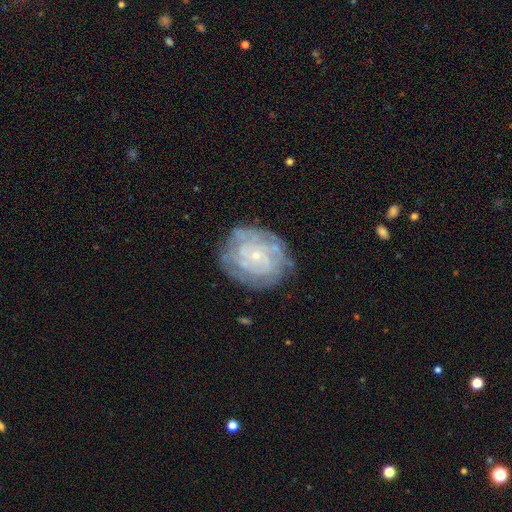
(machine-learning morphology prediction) Overall: featured or disk (76%). Edge-on disk: no (97%). Bar: no (77%). Spiral arms: yes (84%). Spiral arm count: can't tell (53%). Spiral winding: tight (76%). Bulge size: small (83%). Merging: none (75%).